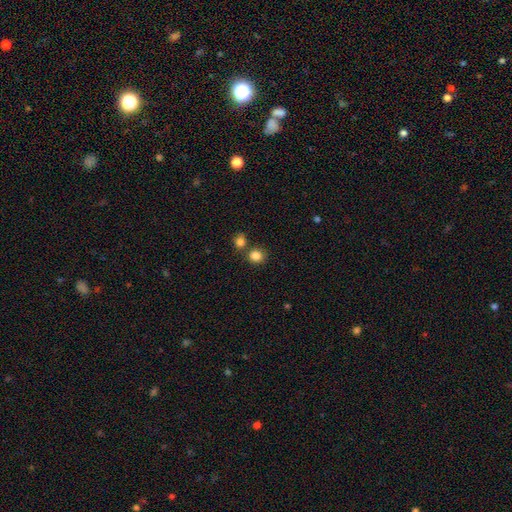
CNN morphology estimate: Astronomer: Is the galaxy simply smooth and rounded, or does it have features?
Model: smooth — 84%.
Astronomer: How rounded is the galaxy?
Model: round — 86%.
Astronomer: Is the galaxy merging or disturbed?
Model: none — 70%.